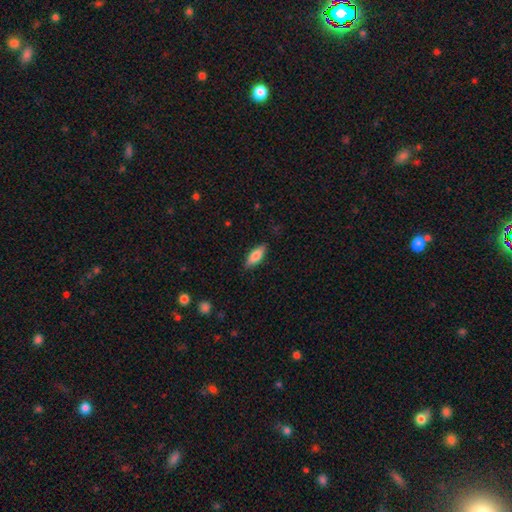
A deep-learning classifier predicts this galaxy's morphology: Smooth or featured: smooth — 78% (featured or disk — 16%)
How rounded: in between — 69% (cigar-shaped — 29%)
Merging: none — 86% (minor disturbance — 11%)